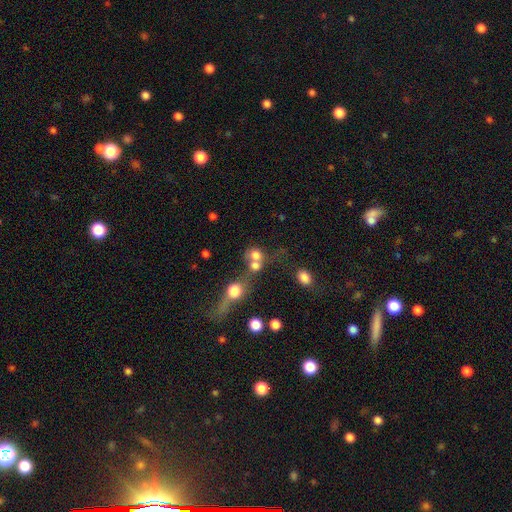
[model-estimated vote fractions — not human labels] This is likely a smooth galaxy (72%). How rounded: likely round (73%). Merging: possibly merger (54%).